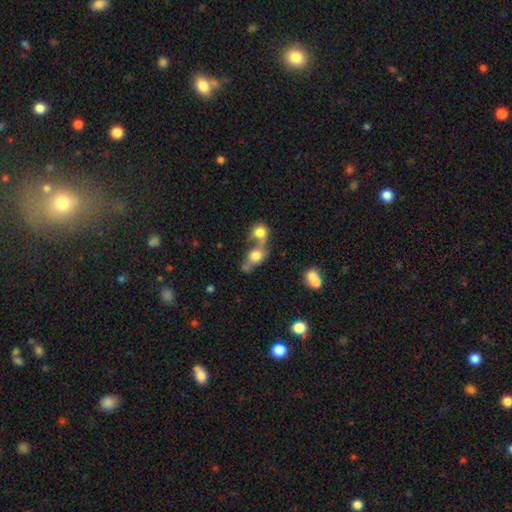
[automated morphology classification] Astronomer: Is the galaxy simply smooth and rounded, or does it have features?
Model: smooth — 65%.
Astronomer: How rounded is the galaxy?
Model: round — 51% (runner-up: in between, 45%).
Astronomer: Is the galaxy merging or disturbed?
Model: merger — 59%.